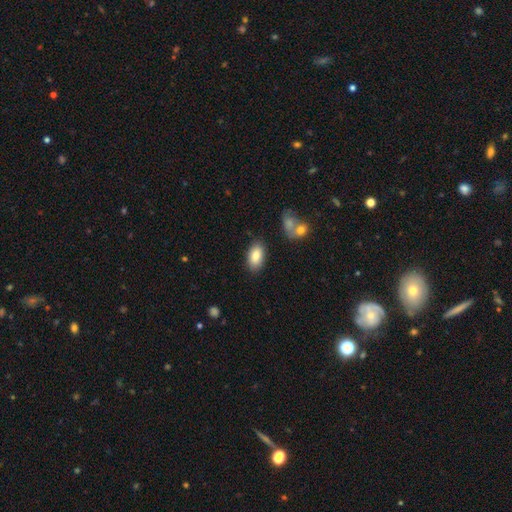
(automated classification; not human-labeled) This is clearly a smooth galaxy (83%). How rounded: clearly in between (92%). Merging: clearly none (83%).